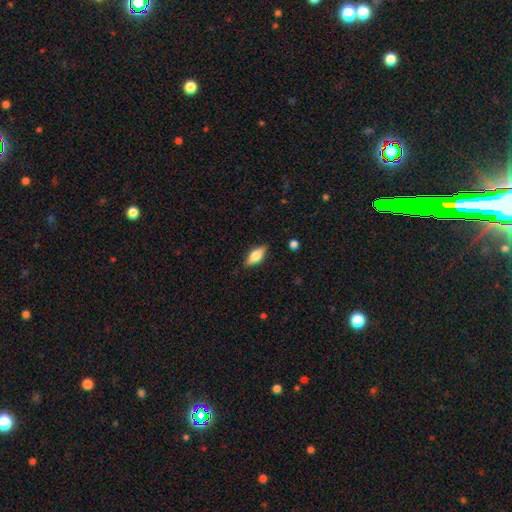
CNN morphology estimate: smooth-or-featured: smooth: 53% | featured or disk: 40% | star or artifact: 7%
  how-rounded: in between: 76% | cigar-shaped: 20% | round: 4%
  merging: none: 85% | minor disturbance: 12% | major disturbance: 3% | merger: 1%